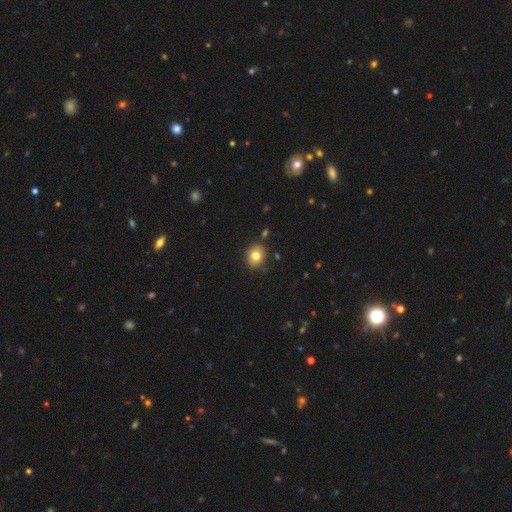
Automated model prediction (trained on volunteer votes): smooth_or_featured: smooth (p=0.80) [alt: star or artifact p=0.11]
how_rounded: round (p=0.76) [alt: in between p=0.24]
merging: none (p=0.85) [alt: minor disturbance p=0.10]